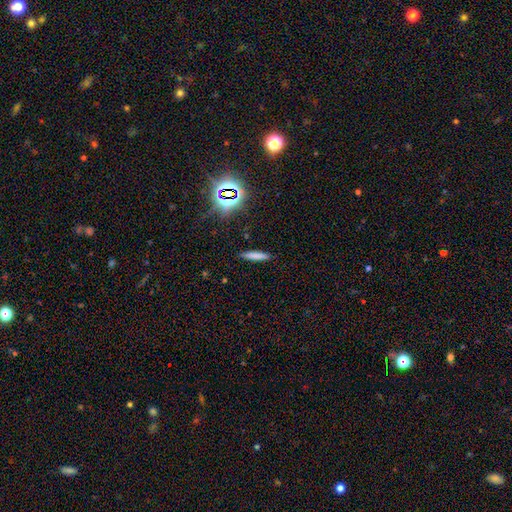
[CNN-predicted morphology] Overall: smooth (73%). How rounded: cigar-shaped (89%). Merging: none (89%).